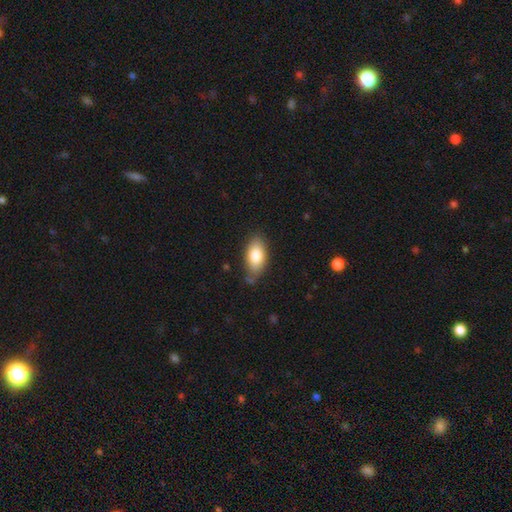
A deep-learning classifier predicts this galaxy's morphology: smooth_or_featured: smooth (p=0.82) [alt: featured or disk p=0.12]
how_rounded: in between (p=0.91) [alt: cigar-shaped p=0.05]
merging: none (p=0.72) [alt: minor disturbance p=0.21]